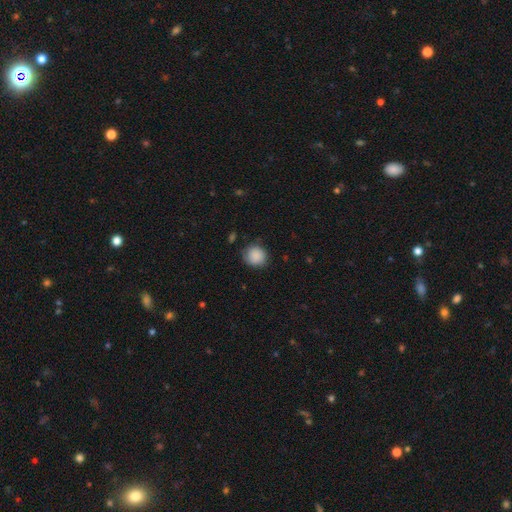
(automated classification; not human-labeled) smooth-or-featured: smooth: 88% | star or artifact: 7% | featured or disk: 4%
  how-rounded: round: 89% | in between: 10% | cigar-shaped: 1%
  merging: none: 80% | minor disturbance: 15% | major disturbance: 4% | merger: 1%